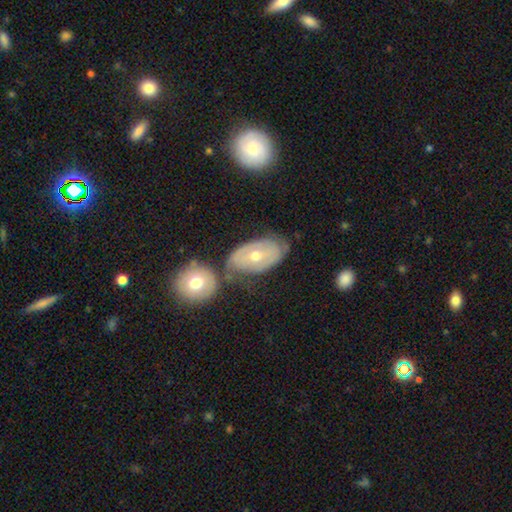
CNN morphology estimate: Smooth or featured: featured or disk — 56% (smooth — 37%)
Edge-on disk: no — 90% (yes — 10%)
Bar: no — 73% (weak — 21%)
Spiral arms: yes — 53% (no — 47%)
Bulge size: moderate — 65% (small — 30%)
Merging: none — 53% (minor disturbance — 22%)